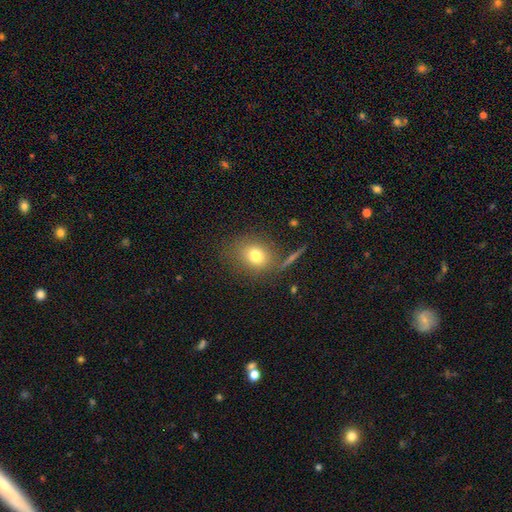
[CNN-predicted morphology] smooth 76%, star or artifact 12%, featured or disk 12%. Down the decision tree: how rounded — round (60%); merging — none (75%).